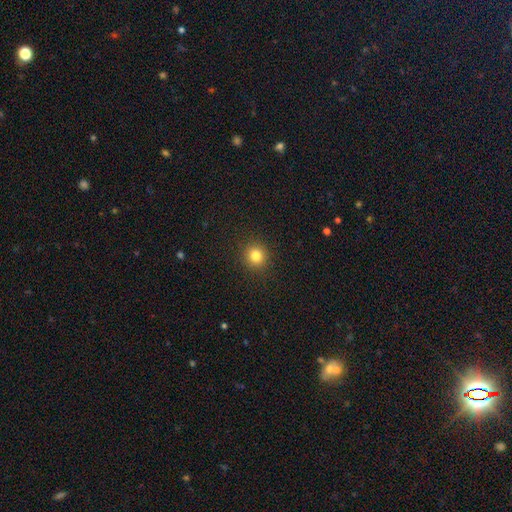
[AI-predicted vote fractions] This is clearly a smooth galaxy (82%). How rounded: clearly round (93%). Merging: clearly none (92%).